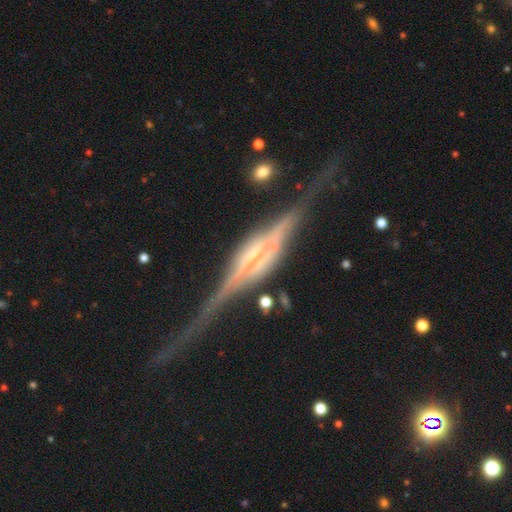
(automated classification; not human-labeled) This is clearly a featured or disk galaxy (89%). It is clearly viewed edge-on (97%). Edge-on bulge: possibly rounded (52%). Merging: likely none (71%).